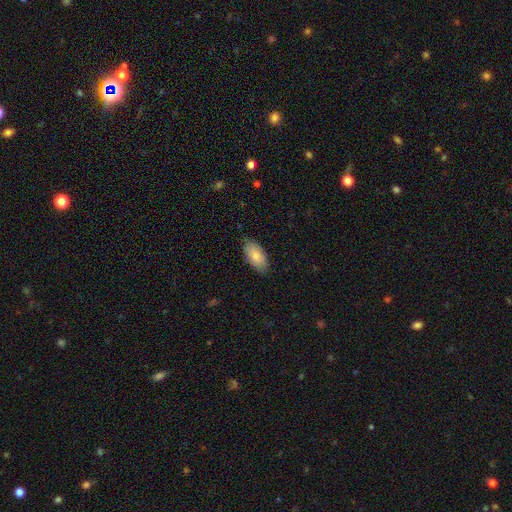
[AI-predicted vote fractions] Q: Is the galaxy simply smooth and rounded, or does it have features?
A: smooth — 81%.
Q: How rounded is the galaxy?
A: in between — 93%.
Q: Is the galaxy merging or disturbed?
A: none — 82%.